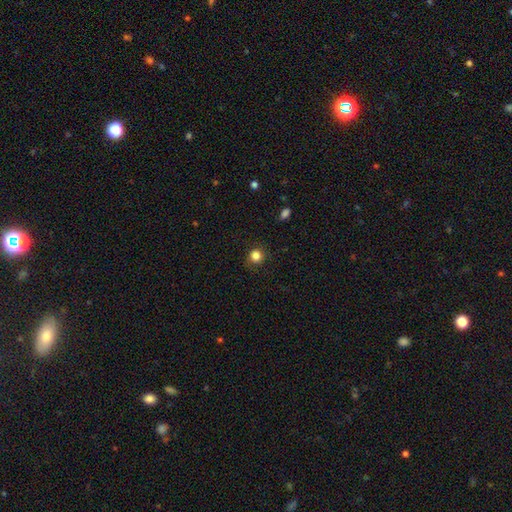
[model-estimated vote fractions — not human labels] Smooth or featured: smooth — 84% (star or artifact — 12%)
How rounded: round — 90% (in between — 9%)
Merging: none — 86% (minor disturbance — 10%)